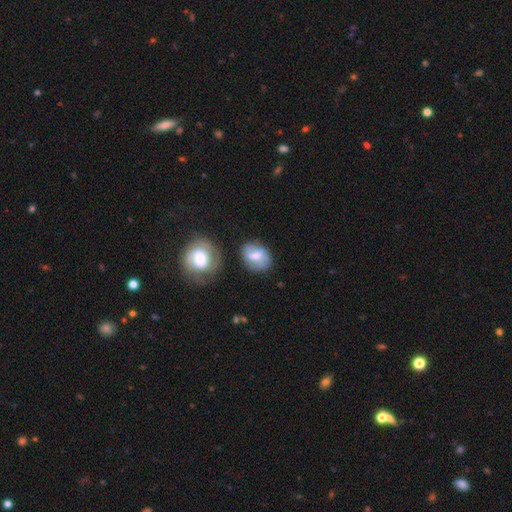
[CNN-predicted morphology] Smooth or featured?
  - smooth: 50% *
  - featured or disk: 42%
  - star or artifact: 8%
How rounded?
  - in between: 61% *
  - round: 38%
  - cigar-shaped: 2%
Merging?
  - none: 65% *
  - minor disturbance: 21%
  - merger: 7%
  - major disturbance: 7%